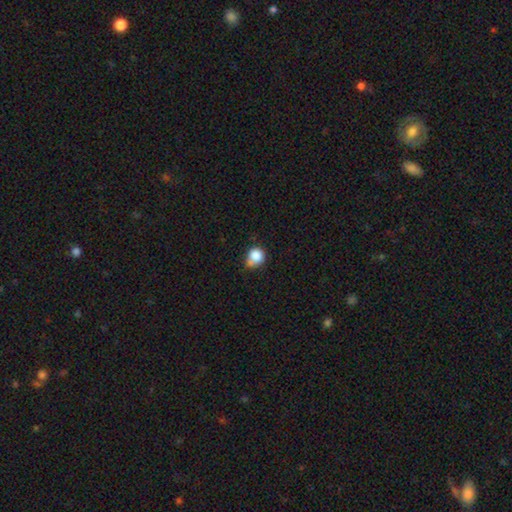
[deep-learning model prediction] smooth-or-featured: smooth: 83% | star or artifact: 10% | featured or disk: 7%
  how-rounded: round: 79% | in between: 20% | cigar-shaped: 1%
  merging: none: 46% | minor disturbance: 33% | merger: 12% | major disturbance: 9%